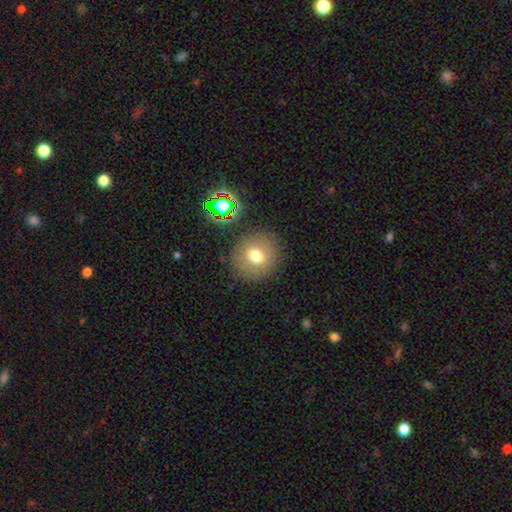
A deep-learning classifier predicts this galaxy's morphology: Smooth or featured: smooth — 69% (featured or disk — 16%)
How rounded: round — 86% (in between — 14%)
Merging: none — 85% (minor disturbance — 9%)